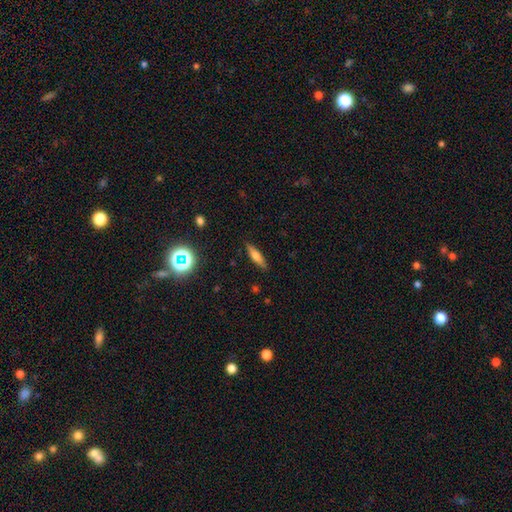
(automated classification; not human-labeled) smooth-or-featured: smooth: 58% | featured or disk: 33% | star or artifact: 9%
  how-rounded: cigar-shaped: 66% | in between: 31% | round: 3%
  merging: none: 88% | minor disturbance: 9% | major disturbance: 2% | merger: 1%